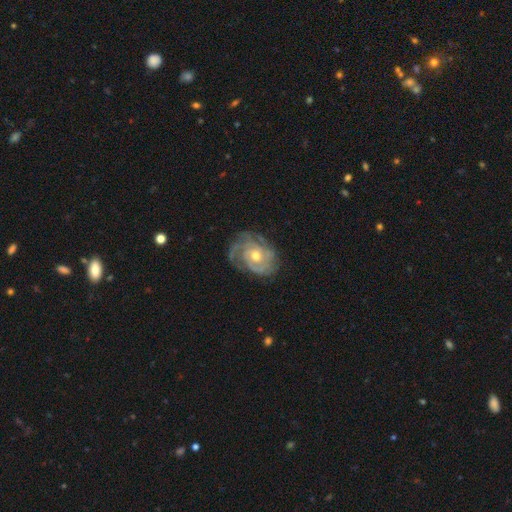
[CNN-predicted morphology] Smooth or featured? Predicted: featured or disk (p=0.87). Edge-on disk? Predicted: no (p=0.97). Bar? Predicted: no (p=0.75). Spiral arms? Predicted: yes (p=0.95). Spiral winding? Predicted: tight (p=0.69). Spiral arm count? Predicted: can't tell (p=0.29). Bulge size? Predicted: moderate (p=0.65). Merging? Predicted: none (p=0.69).